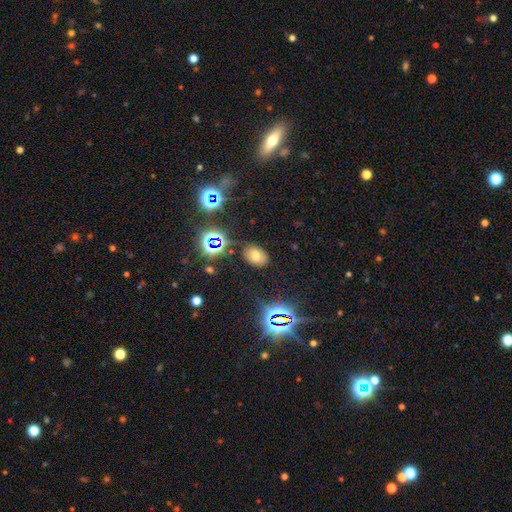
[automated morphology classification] Smooth or featured? Predicted: smooth (p=0.55). How rounded? Predicted: in between (p=0.79). Merging? Predicted: none (p=0.83).